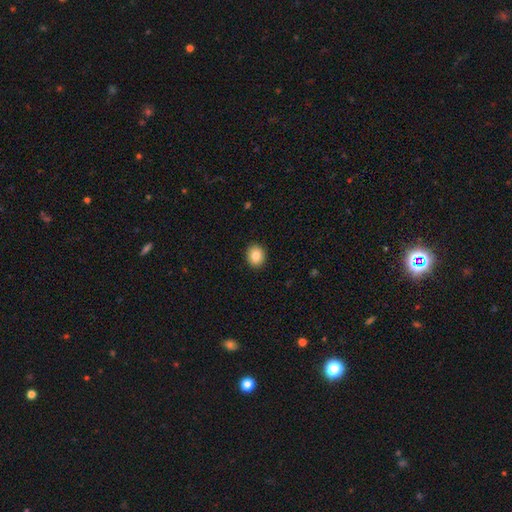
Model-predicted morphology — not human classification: The model was most divided on "how rounded": round: 71%, in between: 28%, cigar-shaped: 1%. More confident: merging — none (91%); smooth or featured — smooth (83%).